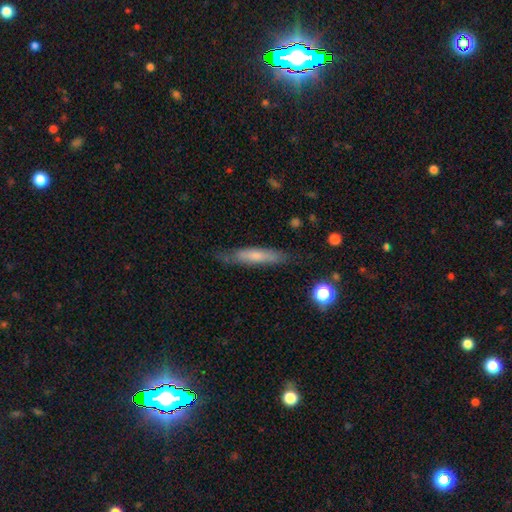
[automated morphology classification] A smooth galaxy with no disk features (61%) that is cigar-shaped (86%).

Vote fractions:
- Smooth or featured? smooth: 61% / featured or disk: 32% / star or artifact: 7%
- How rounded? cigar-shaped: 86% / in between: 12% / round: 2%
- Merging? none: 74% / minor disturbance: 19% / major disturbance: 5% / merger: 2%